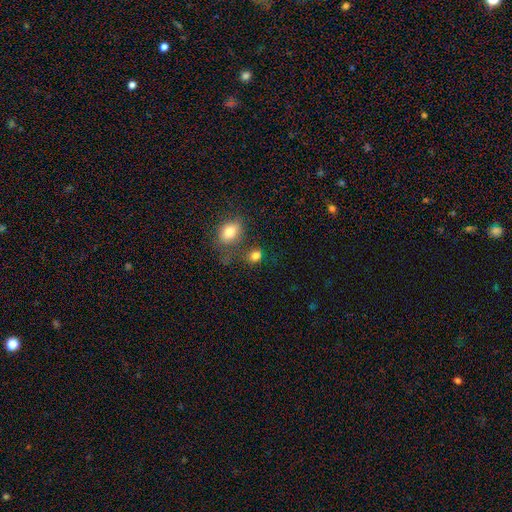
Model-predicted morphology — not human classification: This is likely a smooth galaxy (80%). How rounded: possibly round (54%). Merging: likely none (64%).